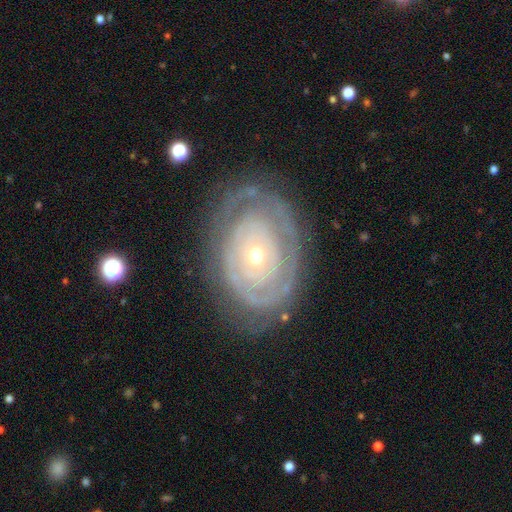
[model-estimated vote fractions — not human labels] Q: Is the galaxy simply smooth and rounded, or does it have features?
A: featured or disk — 80%.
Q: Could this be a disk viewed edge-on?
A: no — 95%.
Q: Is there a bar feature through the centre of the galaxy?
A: no — 87%.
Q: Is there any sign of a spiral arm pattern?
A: yes — 70%.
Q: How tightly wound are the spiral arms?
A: tight — 84%.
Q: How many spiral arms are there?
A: can't tell — 50%.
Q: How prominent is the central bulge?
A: small — 62%.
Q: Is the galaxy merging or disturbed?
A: none — 73%.